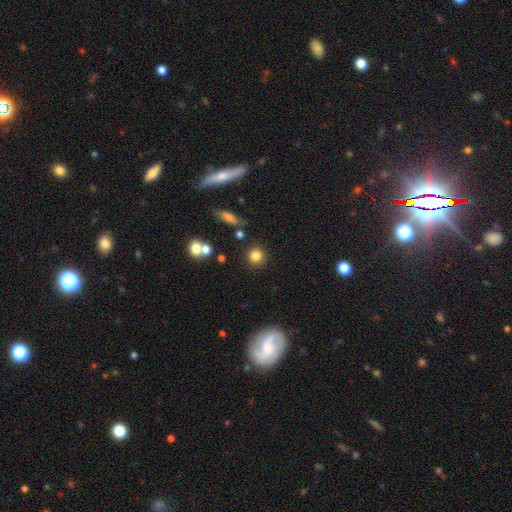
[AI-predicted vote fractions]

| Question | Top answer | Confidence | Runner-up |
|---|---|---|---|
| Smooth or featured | smooth | 81% | star or artifact (12%) |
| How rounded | round | 91% | in between (8%) |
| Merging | none | 84% | minor disturbance (8%) |